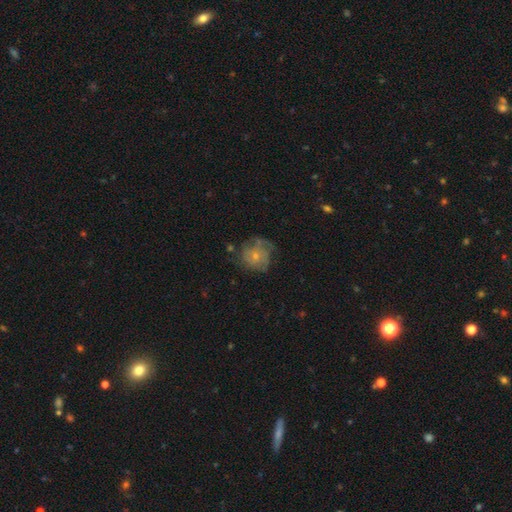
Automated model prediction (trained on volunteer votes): Overall: featured or disk (55%; smooth 36%). Edge-on disk: no (98%). Bar: no (84%). Spiral arms: yes (71%). Bulge size: small (68%). Merging: none (51%; minor disturbance 26%).